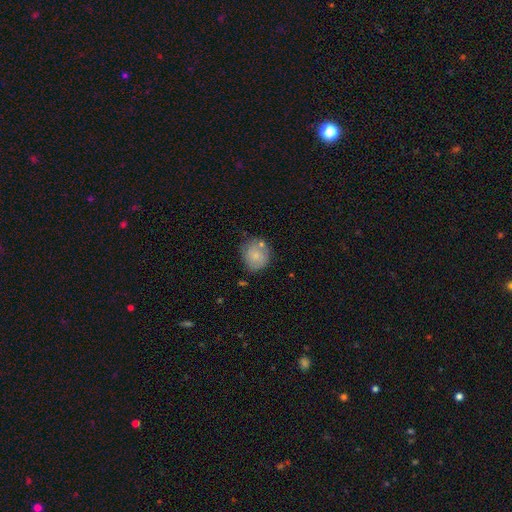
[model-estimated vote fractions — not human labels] A smooth galaxy with no disk features (76%) that is round (80%). Merging: none (66%).